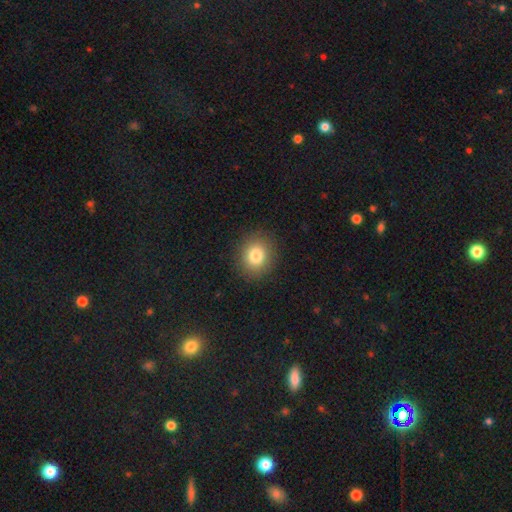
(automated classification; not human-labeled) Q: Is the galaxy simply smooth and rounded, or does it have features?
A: smooth — 81%.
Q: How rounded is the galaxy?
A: round — 74%.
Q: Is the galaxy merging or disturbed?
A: none — 90%.